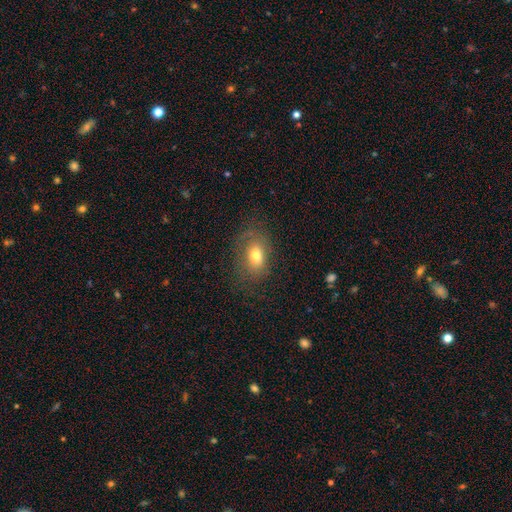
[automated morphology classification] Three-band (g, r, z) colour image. It shows a smooth galaxy with no disk features (70%) that is in between round and cigar-shaped (75%). Merging: none (69%).